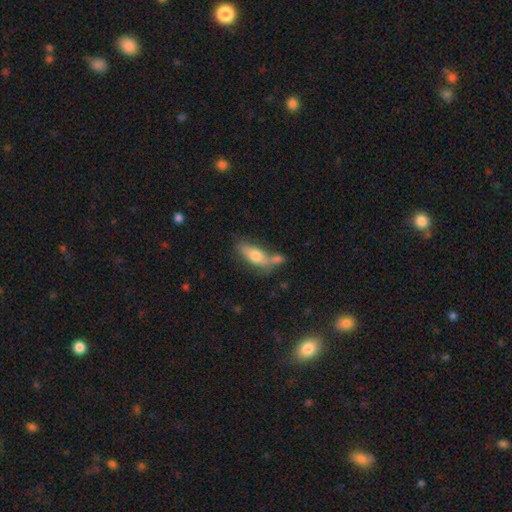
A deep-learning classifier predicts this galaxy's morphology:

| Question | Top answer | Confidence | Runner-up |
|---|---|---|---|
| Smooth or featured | smooth | 66% | featured or disk (27%) |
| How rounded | in between | 68% | cigar-shaped (28%) |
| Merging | none | 42% | merger (32%) |